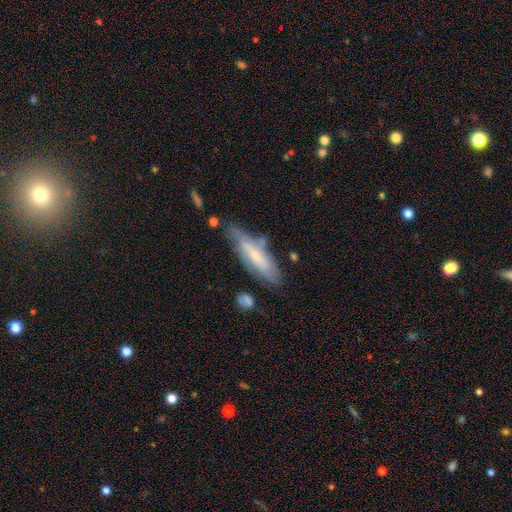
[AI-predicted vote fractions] smooth-or-featured: featured or disk: 47% | smooth: 46% | star or artifact: 6%
  merging: none: 64% | minor disturbance: 23% | merger: 7% | major disturbance: 6%